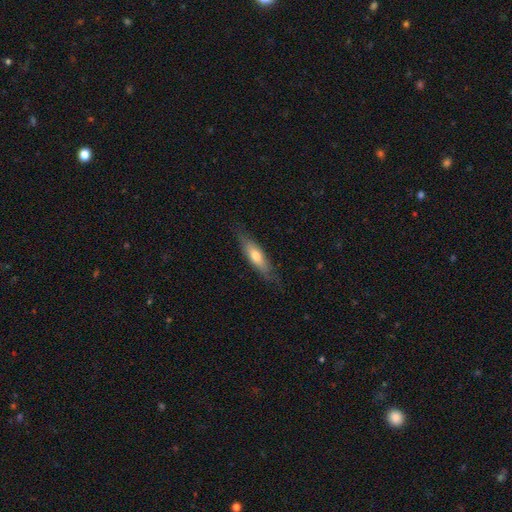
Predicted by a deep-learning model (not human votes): smooth 58%, featured or disk 36%, star or artifact 6%. Down the decision tree: how rounded — cigar-shaped (61%); merging — none (78%).